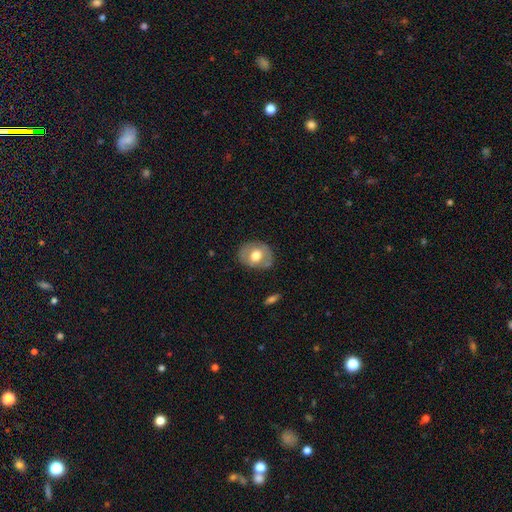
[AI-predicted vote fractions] Smooth or featured? Predicted: smooth (p=0.58). How rounded? Predicted: in between (p=0.51). Merging? Predicted: none (p=0.76).